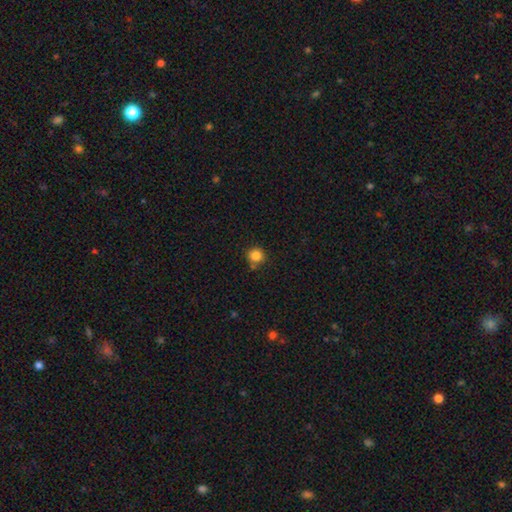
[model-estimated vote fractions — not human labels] Overall: smooth (84%). How rounded: round (93%). Merging: none (77%).